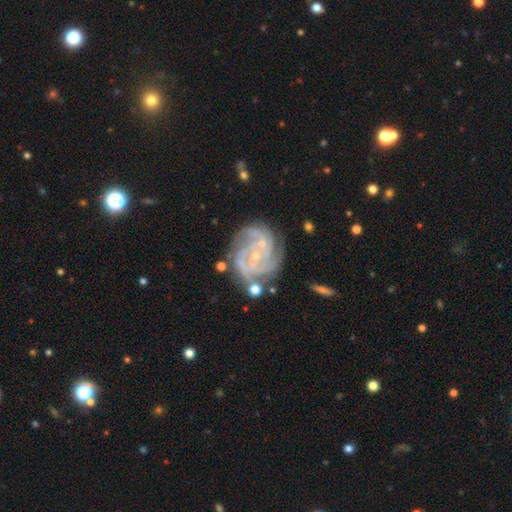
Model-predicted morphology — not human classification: type=featured or disk (88%); edge-on=no (98%); bar=no (52%); spiral arms=yes (97%); winding=tight (64%); arm count=3 (30%); bulge=small (81%); merging=none (69%).